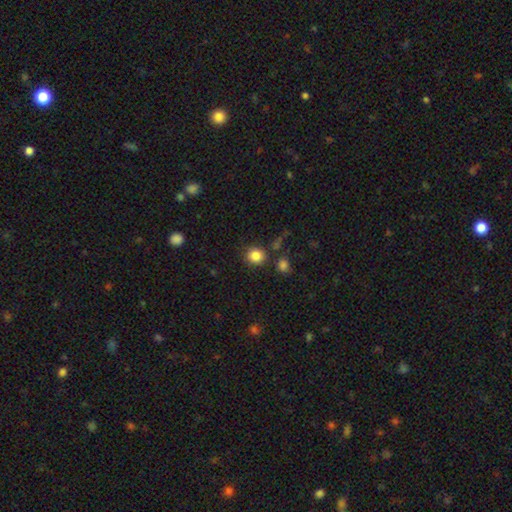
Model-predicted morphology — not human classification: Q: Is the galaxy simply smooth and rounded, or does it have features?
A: smooth — 84%.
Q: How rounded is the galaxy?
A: round — 84%.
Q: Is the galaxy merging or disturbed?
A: none — 81%.